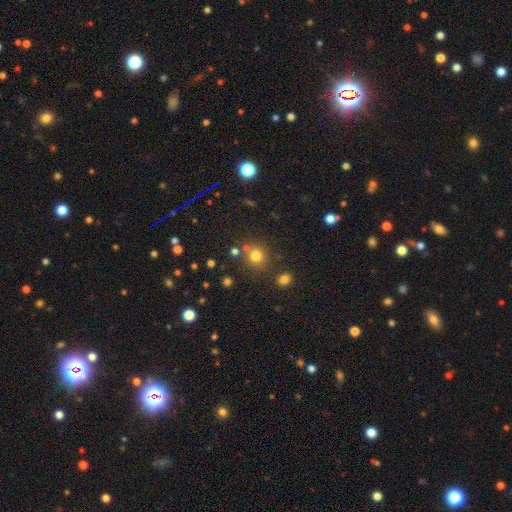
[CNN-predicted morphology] Overall: smooth (76%). How rounded: round (88%). Merging: none (74%).